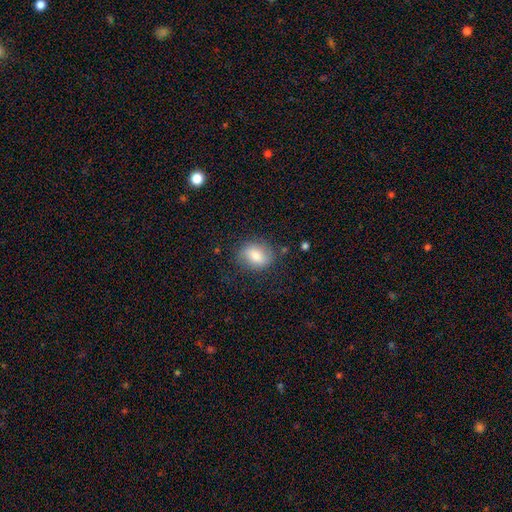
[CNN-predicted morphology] smooth-or-featured: smooth: 76% | featured or disk: 16% | star or artifact: 8%
  how-rounded: in between: 59% | round: 40% | cigar-shaped: 2%
  merging: none: 75% | minor disturbance: 17% | major disturbance: 6% | merger: 2%